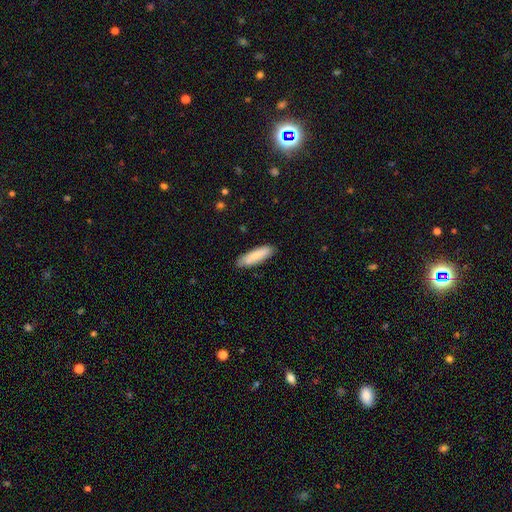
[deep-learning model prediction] Overall: smooth (82%). How rounded: cigar-shaped (61%; in between 38%). Merging: none (86%).